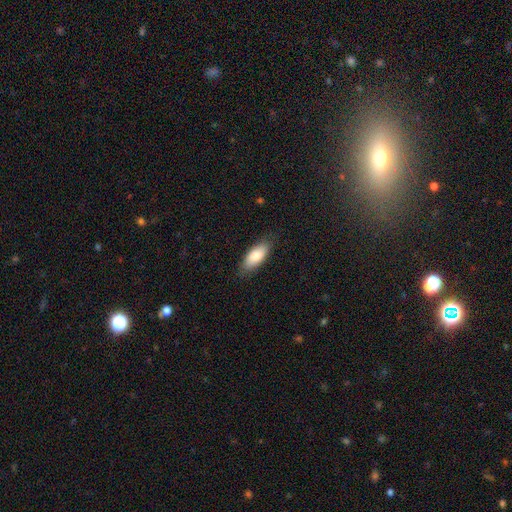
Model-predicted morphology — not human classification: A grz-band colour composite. It shows a smooth galaxy with no disk features (83%) that is in between round and cigar-shaped (82%). Merging: none (82%).